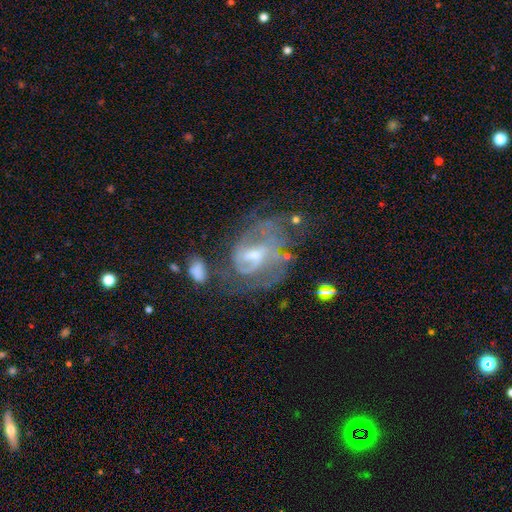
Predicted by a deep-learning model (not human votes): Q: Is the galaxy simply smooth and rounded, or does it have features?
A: featured or disk — 79%.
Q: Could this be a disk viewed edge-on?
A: no — 96%.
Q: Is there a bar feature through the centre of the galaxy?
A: weak — 52%.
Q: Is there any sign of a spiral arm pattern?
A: yes — 81%.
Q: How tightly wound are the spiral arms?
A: tight — 48%.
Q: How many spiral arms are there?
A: can't tell — 44%.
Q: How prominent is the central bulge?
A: small — 51%.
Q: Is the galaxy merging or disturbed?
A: none — 43%.